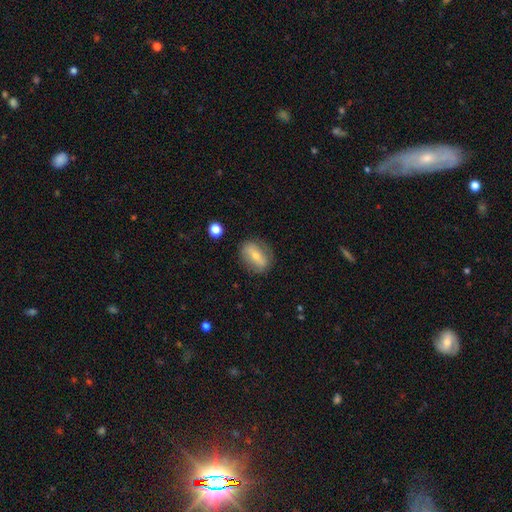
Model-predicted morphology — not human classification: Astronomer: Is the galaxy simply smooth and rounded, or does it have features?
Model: featured or disk — 47% (runner-up: smooth, 45%).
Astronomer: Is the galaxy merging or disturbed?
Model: none — 78%.